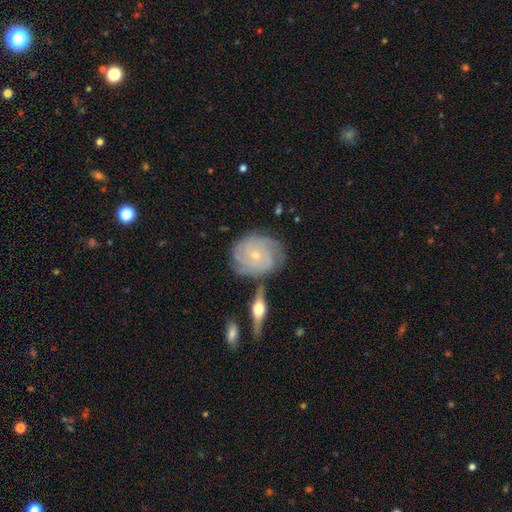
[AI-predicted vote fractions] Overall: featured or disk (79%). Edge-on disk: no (96%). Bar: no (75%). Spiral arms: yes (93%). Spiral arm count: can't tell (37%; 3 19%). Spiral winding: tight (75%). Bulge size: small (72%). Merging: none (71%).